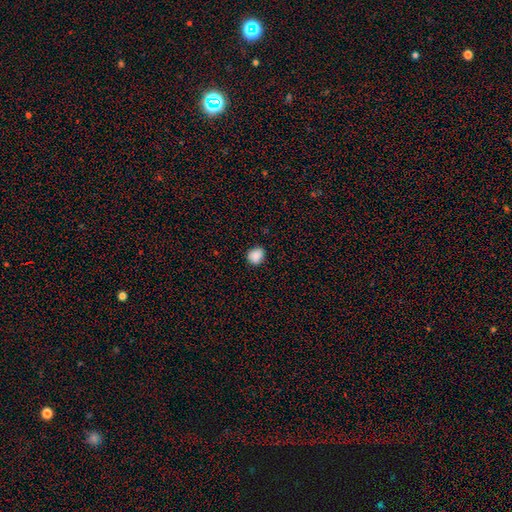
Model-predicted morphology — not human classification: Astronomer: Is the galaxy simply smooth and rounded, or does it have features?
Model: smooth — 88%.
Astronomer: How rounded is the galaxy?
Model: round — 70%.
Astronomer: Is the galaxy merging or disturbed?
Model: none — 83%.